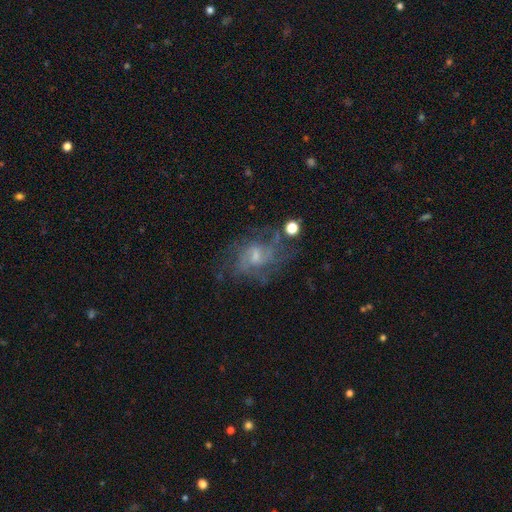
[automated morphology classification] A featured or disk galaxy (75%) with a weak bar (48%), medium (46%) spiral arms (86%) and a small central bulge (52%).

Vote fractions:
- Smooth or featured? featured or disk: 75% / smooth: 13% / star or artifact: 12%
- Edge-on disk? no: 97% / yes: 3%
- Bar? weak: 48% / no: 44% / strong: 9%
- Spiral arms? yes: 86% / no: 14%
- Spiral winding? medium: 46% / tight: 32% / loose: 22%
- Spiral arm count? can't tell: 40% / 2: 21% / 3: 18% / 4: 11% / 1: 5% / more than 4: 5%
- Bulge size? small: 52% / moderate: 33% / none: 12% / large: 3% / dominant: 1%
- Merging? none: 60% / major disturbance: 18% / minor disturbance: 18% / merger: 4%